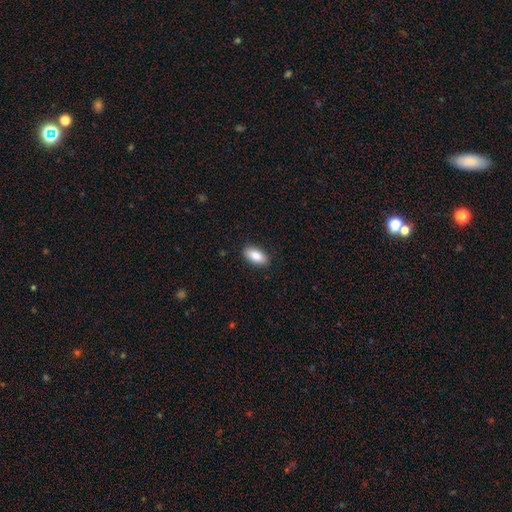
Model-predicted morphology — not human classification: Smooth or featured?
  - smooth: 85% *
  - featured or disk: 8%
  - star or artifact: 6%
How rounded?
  - in between: 91% *
  - cigar-shaped: 6%
  - round: 3%
Merging?
  - none: 89% *
  - minor disturbance: 8%
  - major disturbance: 2%
  - merger: 1%